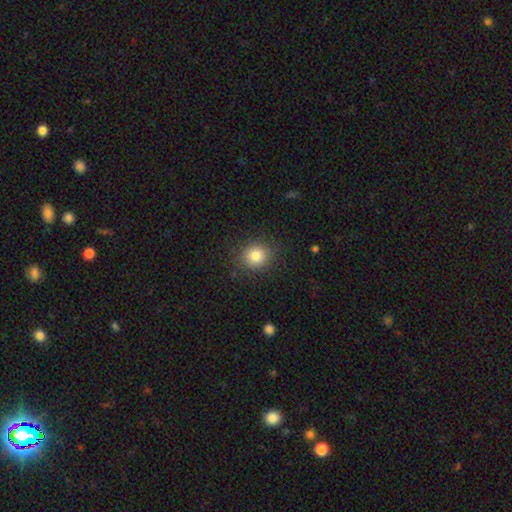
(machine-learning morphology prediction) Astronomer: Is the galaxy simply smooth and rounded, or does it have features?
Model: smooth — 82%.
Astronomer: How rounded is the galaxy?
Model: round — 87%.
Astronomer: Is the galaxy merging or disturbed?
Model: none — 88%.